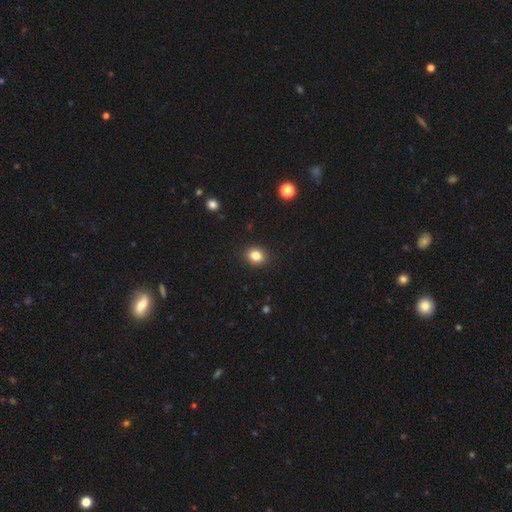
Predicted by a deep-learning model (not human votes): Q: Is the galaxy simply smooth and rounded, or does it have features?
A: smooth — 83%.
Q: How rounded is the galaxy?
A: round — 65%.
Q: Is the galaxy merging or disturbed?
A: none — 91%.